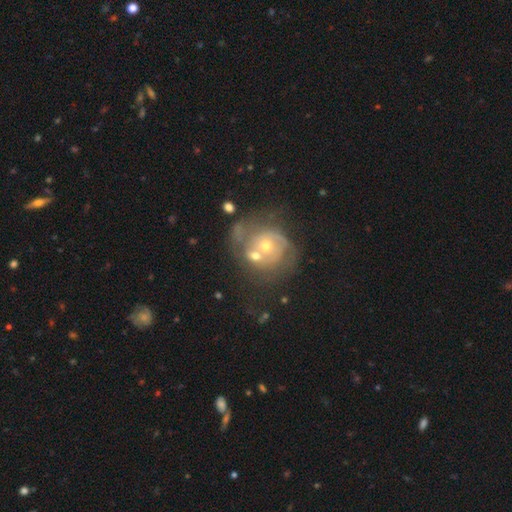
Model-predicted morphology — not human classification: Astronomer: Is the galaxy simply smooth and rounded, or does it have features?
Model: featured or disk — 61%.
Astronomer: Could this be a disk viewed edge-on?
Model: no — 97%.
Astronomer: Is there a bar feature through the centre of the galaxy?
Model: no — 85%.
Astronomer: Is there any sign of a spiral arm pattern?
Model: yes — 58% (runner-up: no, 42%).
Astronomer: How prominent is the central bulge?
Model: moderate — 55% (runner-up: small, 36%).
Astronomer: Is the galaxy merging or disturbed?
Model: merger — 39% (runner-up: none, 27%).